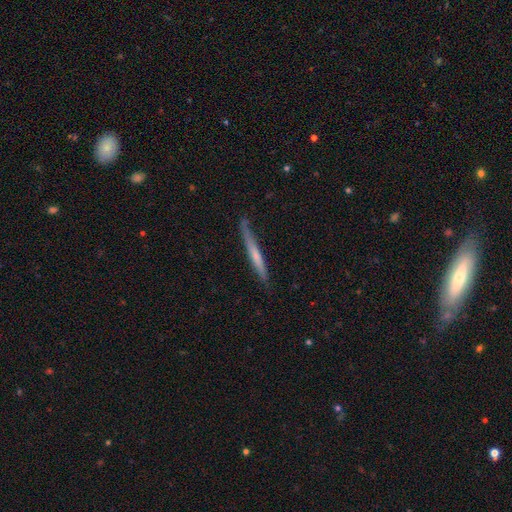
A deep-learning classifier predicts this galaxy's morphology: A smooth galaxy with no disk features (50%) that is cigar-shaped (96%).

Vote fractions:
- Smooth or featured? smooth: 50% / featured or disk: 44% / star or artifact: 6%
- How rounded? cigar-shaped: 96% / in between: 2% / round: 1%
- Merging? none: 78% / minor disturbance: 17% / major disturbance: 3% / merger: 2%